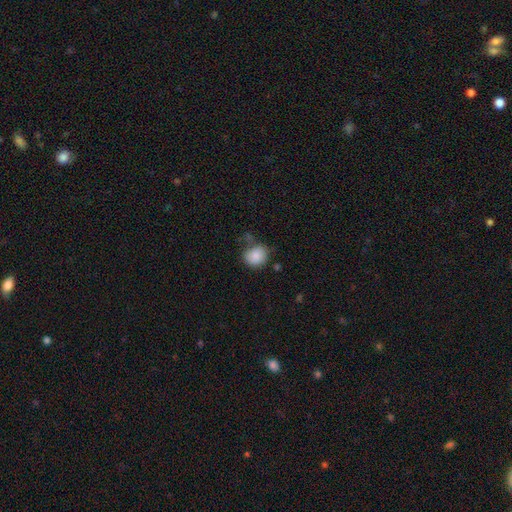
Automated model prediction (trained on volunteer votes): Overall: smooth (86%). How rounded: round (73%). Merging: none (64%).